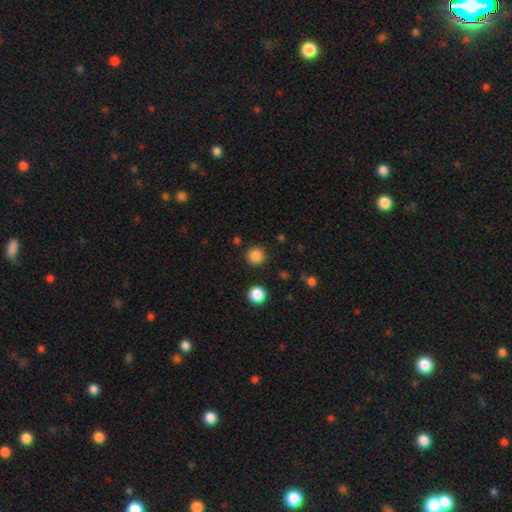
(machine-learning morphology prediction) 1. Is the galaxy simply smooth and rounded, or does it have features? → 85% smooth, 12% star or artifact, 3% featured or disk.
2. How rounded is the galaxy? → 95% round, 4% in between, 1% cigar-shaped.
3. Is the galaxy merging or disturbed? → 90% none, 6% minor disturbance, 2% major disturbance, 2% merger.